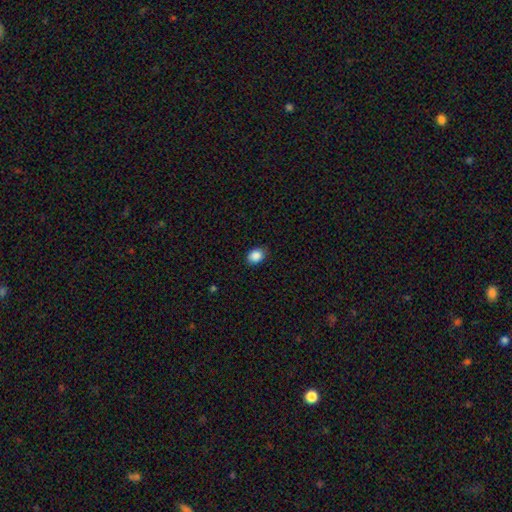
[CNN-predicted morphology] Overall: smooth (88%). How rounded: in between (63%; round 36%). Merging: none (85%).